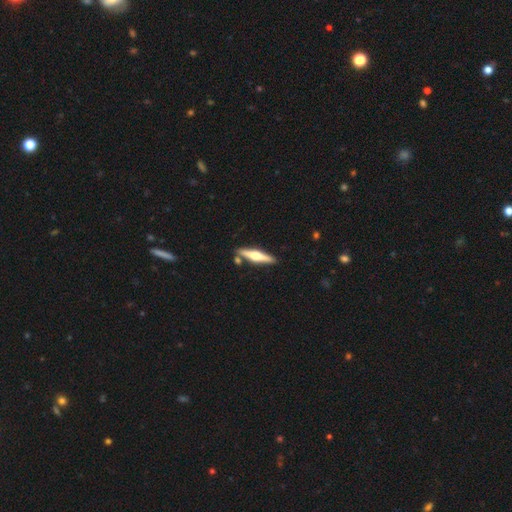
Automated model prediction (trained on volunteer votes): Morphology: type=featured or disk (67%); edge-on=yes (97%); edge-on bulge=rounded (93%); merging=none (84%).